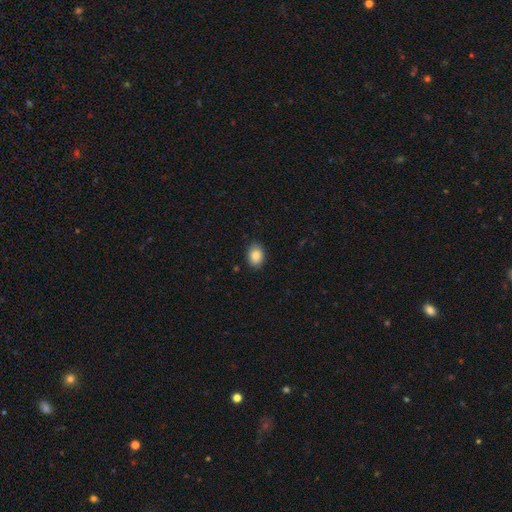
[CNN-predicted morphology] smooth_or_featured: smooth (p=0.87) [alt: star or artifact p=0.08]
how_rounded: in between (p=0.72) [alt: round p=0.27]
merging: none (p=0.88) [alt: minor disturbance p=0.09]